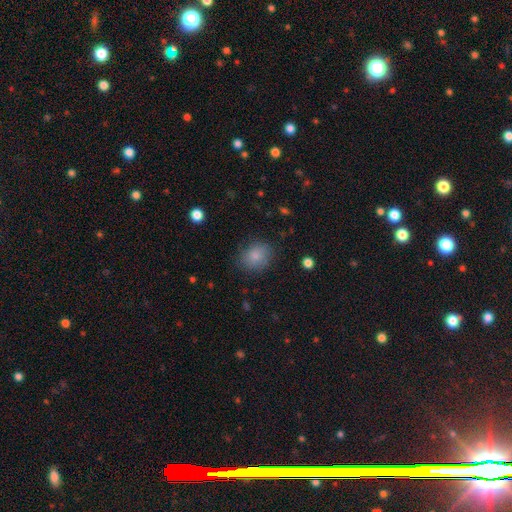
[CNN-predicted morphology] A smooth galaxy with no disk features (83%) that is round (62%).

Vote fractions:
- Smooth or featured? smooth: 83% / star or artifact: 9% / featured or disk: 8%
- How rounded? round: 62% / in between: 37% / cigar-shaped: 1%
- Merging? none: 77% / minor disturbance: 16% / major disturbance: 6% / merger: 1%